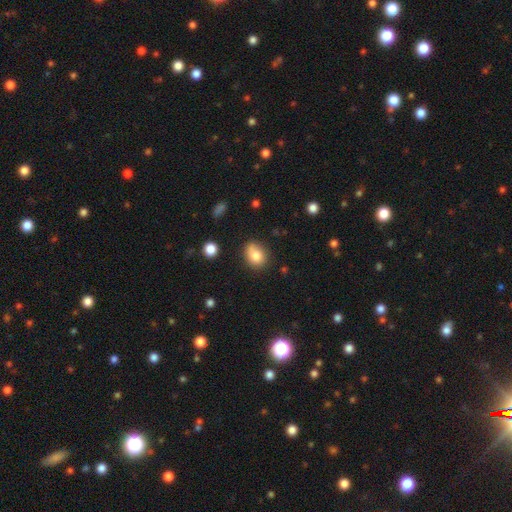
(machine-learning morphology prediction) Smooth or featured? Predicted: smooth (p=0.80). How rounded? Predicted: round (p=0.52). Merging? Predicted: none (p=0.68).